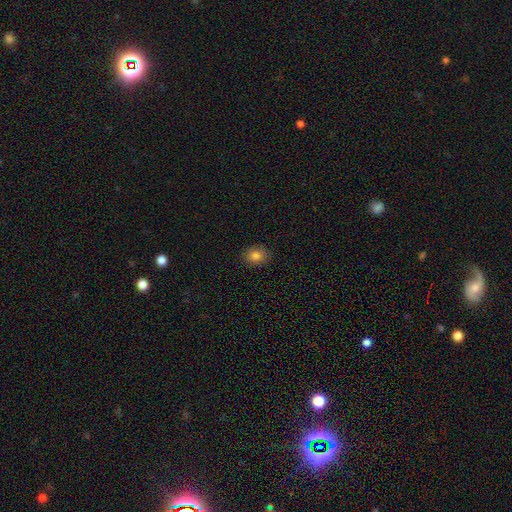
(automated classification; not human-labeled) Smooth or featured? smooth (82%)
How rounded? round (51%)
Merging? none (88%)